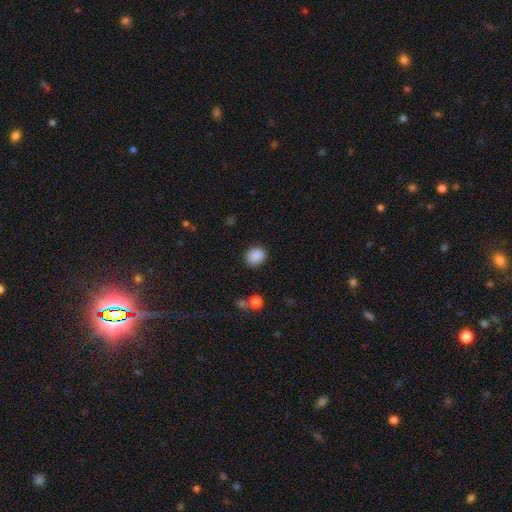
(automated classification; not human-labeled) A smooth galaxy with no disk features (88%) that is round (61%). Merging: none (85%).